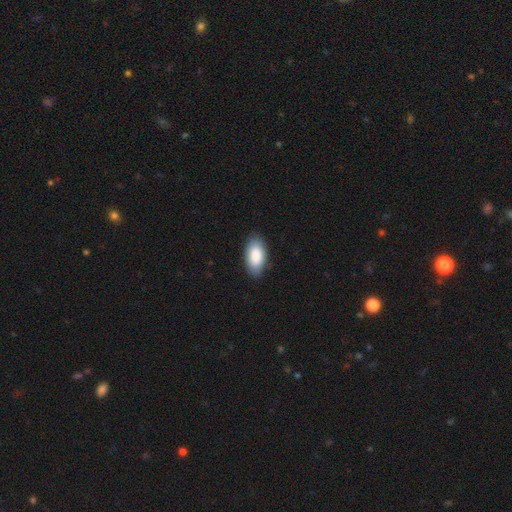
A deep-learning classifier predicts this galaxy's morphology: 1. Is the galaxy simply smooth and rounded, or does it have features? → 88% smooth, 7% featured or disk, 6% star or artifact.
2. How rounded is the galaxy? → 95% in between, 3% cigar-shaped, 2% round.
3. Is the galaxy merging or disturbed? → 86% none, 11% minor disturbance, 2% major disturbance, 1% merger.